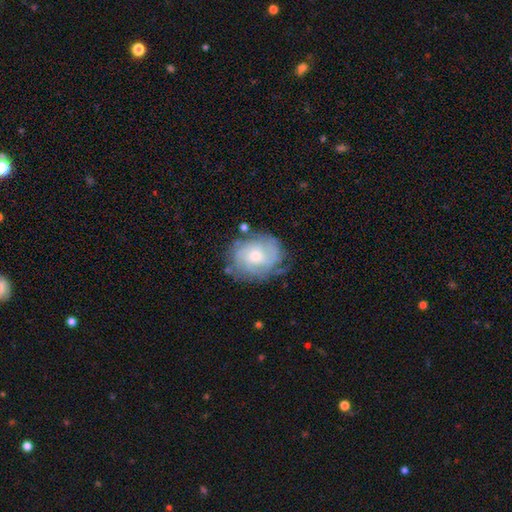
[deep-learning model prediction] Q: Smooth or featured?
A: featured or disk (70%); runner-up: smooth (23%)
Q: Edge-on disk?
A: no (97%); runner-up: yes (3%)
Q: Bar?
A: no (73%); runner-up: weak (23%)
Q: Spiral arms?
A: yes (87%); runner-up: no (13%)
Q: Spiral winding?
A: tight (60%); runner-up: medium (30%)
Q: Spiral arm count?
A: can't tell (46%); runner-up: 2 (17%)
Q: Bulge size?
A: moderate (47%); runner-up: small (46%)
Q: Merging?
A: none (70%); runner-up: minor disturbance (19%)